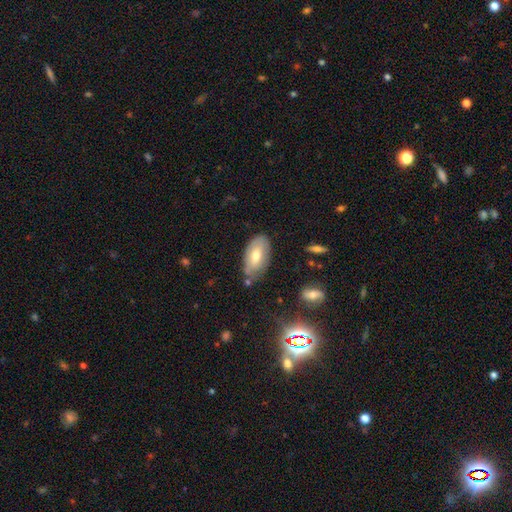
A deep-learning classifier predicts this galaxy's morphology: This appears to be a smooth galaxy with no disk features (61%) that is in between round and cigar-shaped (93%). Merging: none (70%).